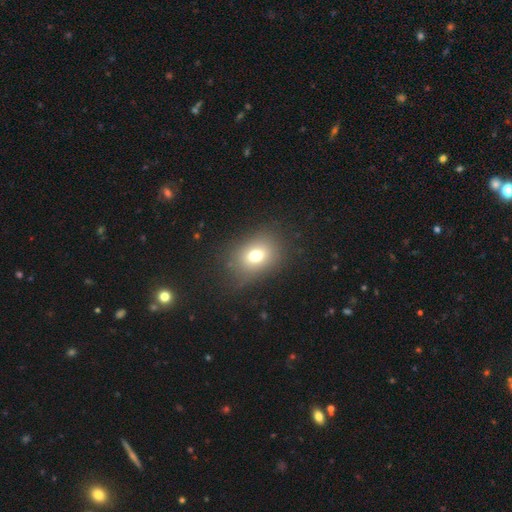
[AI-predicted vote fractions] smooth 71%, star or artifact 14%, featured or disk 14%. Down the decision tree: how rounded — in between (58%); merging — none (79%).